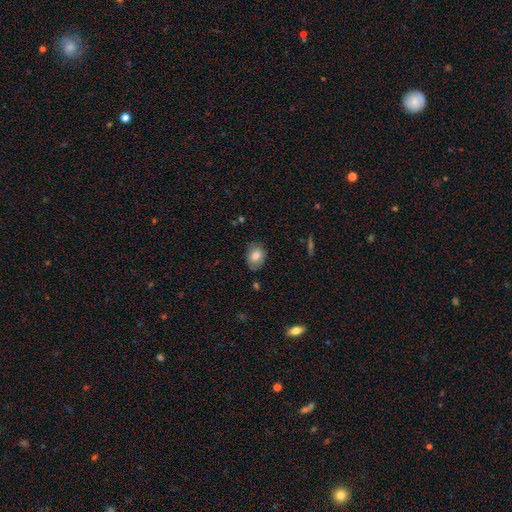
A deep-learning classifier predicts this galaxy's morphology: Overall: smooth (78%). How rounded: in between (69%; round 30%). Merging: none (77%).